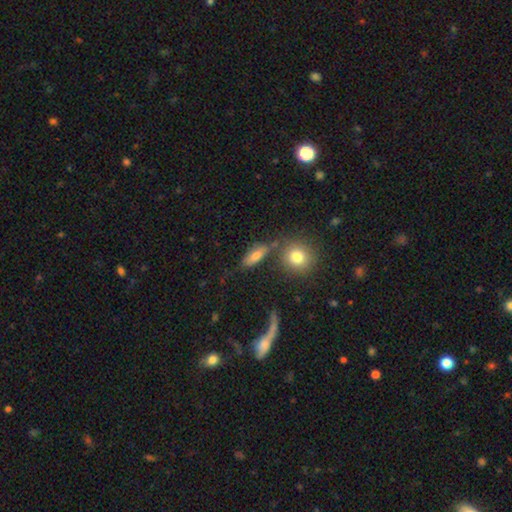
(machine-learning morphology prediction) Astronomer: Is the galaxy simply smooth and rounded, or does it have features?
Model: smooth — 68%.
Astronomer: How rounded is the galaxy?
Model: in between — 60%.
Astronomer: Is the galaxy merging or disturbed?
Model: none — 60%.